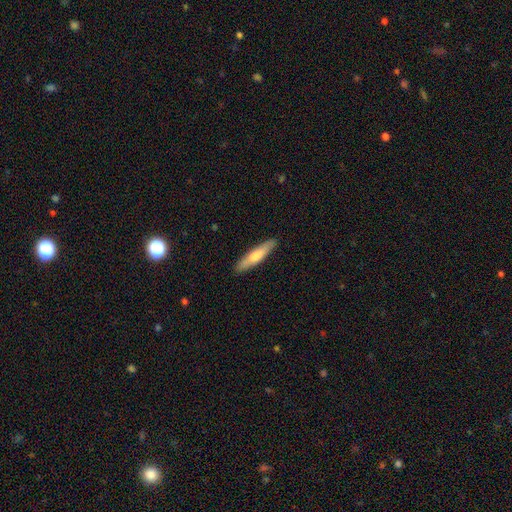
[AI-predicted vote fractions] smooth_or_featured: smooth (p=0.59) [alt: featured or disk p=0.35]
how_rounded: cigar-shaped (p=0.86) [alt: in between p=0.12]
merging: none (p=0.90) [alt: minor disturbance p=0.07]